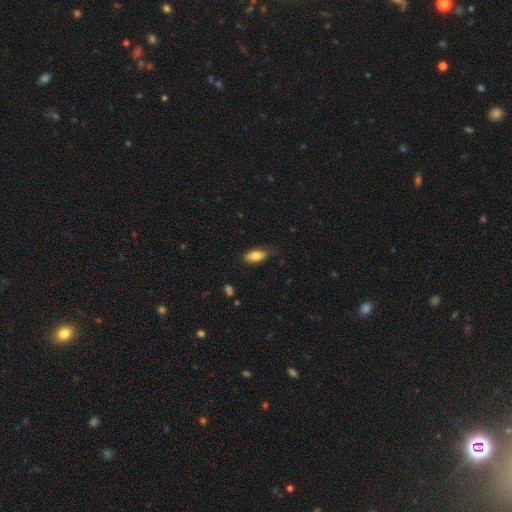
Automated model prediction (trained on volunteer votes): Smooth or featured? smooth (80%)
How rounded? in between (85%)
Merging? none (78%)